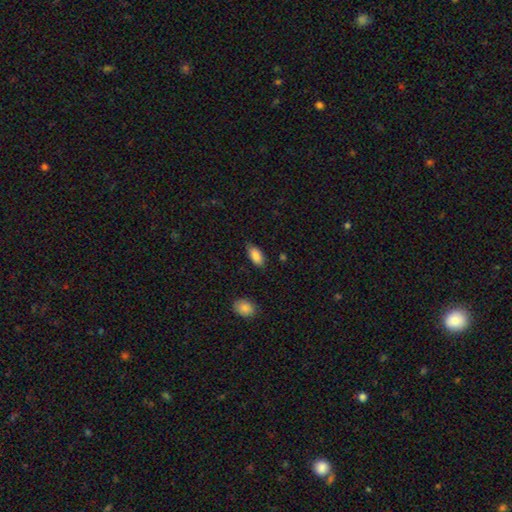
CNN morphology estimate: A smooth galaxy with no disk features (86%) that is in between round and cigar-shaped (91%).

Vote fractions:
- Smooth or featured? smooth: 86% / star or artifact: 7% / featured or disk: 7%
- How rounded? in between: 91% / cigar-shaped: 7% / round: 3%
- Merging? none: 78% / minor disturbance: 18% / major disturbance: 3% / merger: 1%